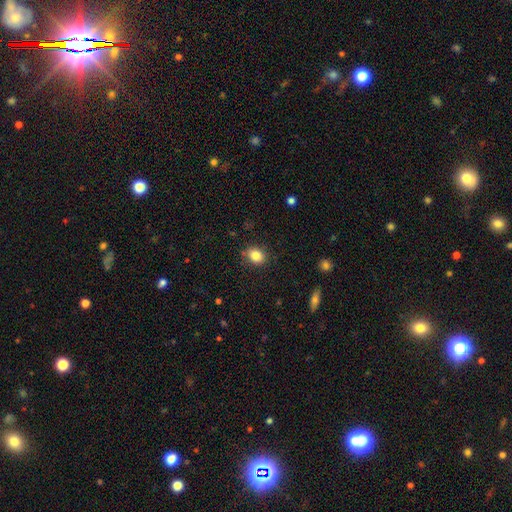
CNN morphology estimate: Overall: smooth (83%). How rounded: round (58%; in between 41%). Merging: none (84%).